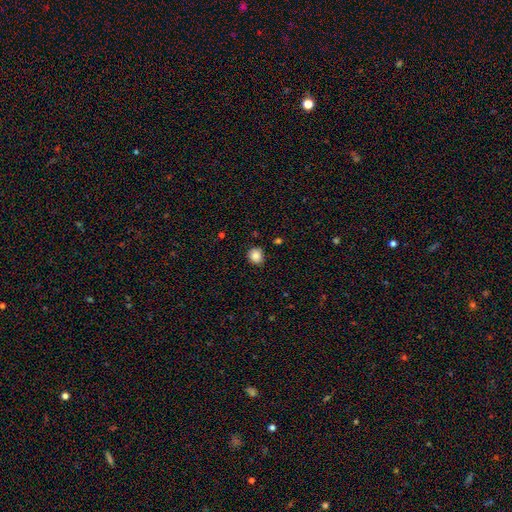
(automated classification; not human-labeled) Smooth or featured?
  - smooth: 86% *
  - star or artifact: 10%
  - featured or disk: 5%
How rounded?
  - round: 84% *
  - in between: 15%
  - cigar-shaped: 1%
Merging?
  - none: 85% *
  - minor disturbance: 11%
  - major disturbance: 2%
  - merger: 2%